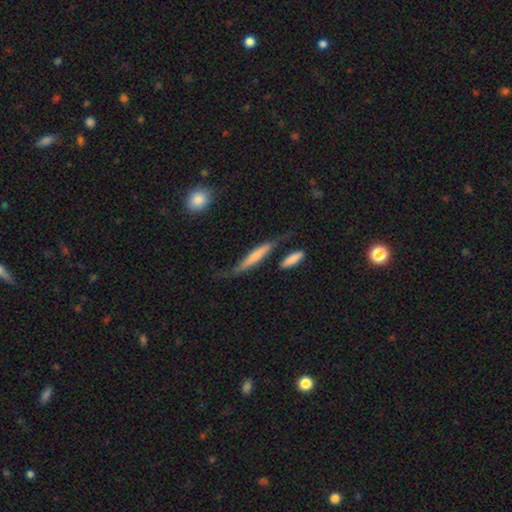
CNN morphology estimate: A featured or disk galaxy (47%). Merging: none (49%).